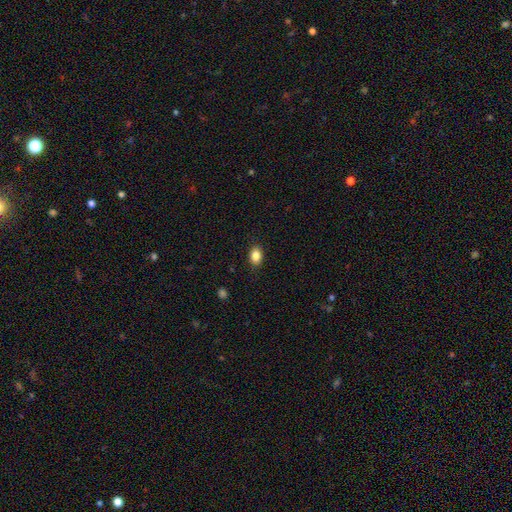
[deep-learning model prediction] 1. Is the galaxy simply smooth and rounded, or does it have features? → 85% smooth, 9% star or artifact, 6% featured or disk.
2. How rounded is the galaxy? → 79% in between, 20% round, 2% cigar-shaped.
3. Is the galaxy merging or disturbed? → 87% none, 9% minor disturbance, 2% major disturbance, 1% merger.